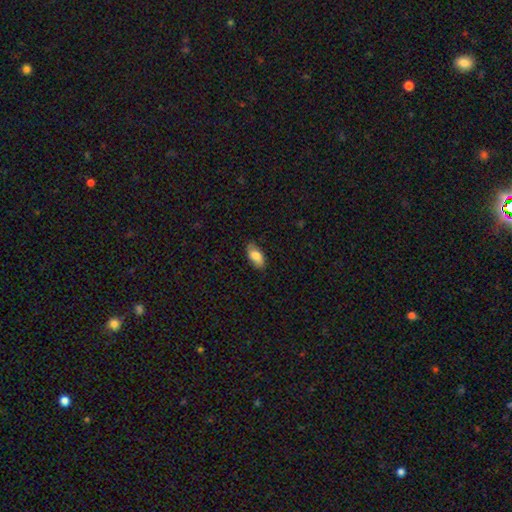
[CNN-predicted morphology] Overall: smooth (79%). How rounded: in between (91%). Merging: none (79%).